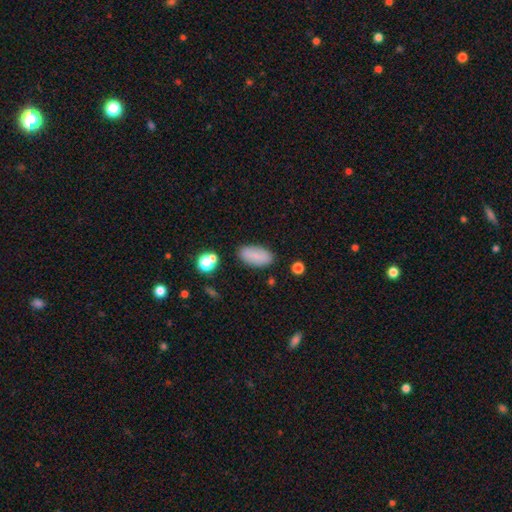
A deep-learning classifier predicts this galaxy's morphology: The model was most divided on "smooth or featured": smooth: 79%, featured or disk: 13%, star or artifact: 8%. More confident: how rounded — in between (92%); merging — none (83%).